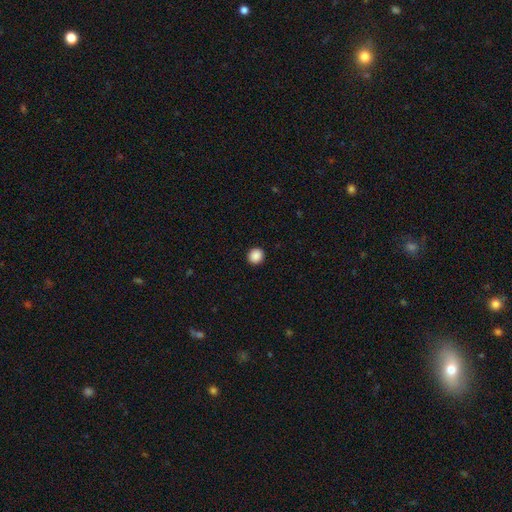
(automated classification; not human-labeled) smooth-or-featured: smooth: 89% | star or artifact: 9% | featured or disk: 2%
  how-rounded: round: 90% | in between: 9% | cigar-shaped: 1%
  merging: none: 93% | minor disturbance: 5% | major disturbance: 2% | merger: 1%